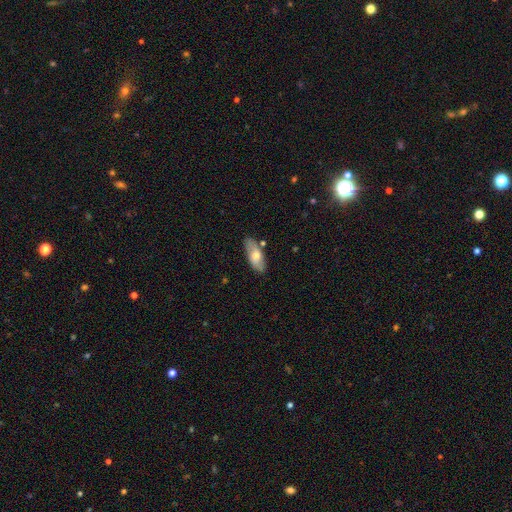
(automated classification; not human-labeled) Smooth or featured? Predicted: smooth (p=0.63). How rounded? Predicted: in between (p=0.81). Merging? Predicted: none (p=0.79).